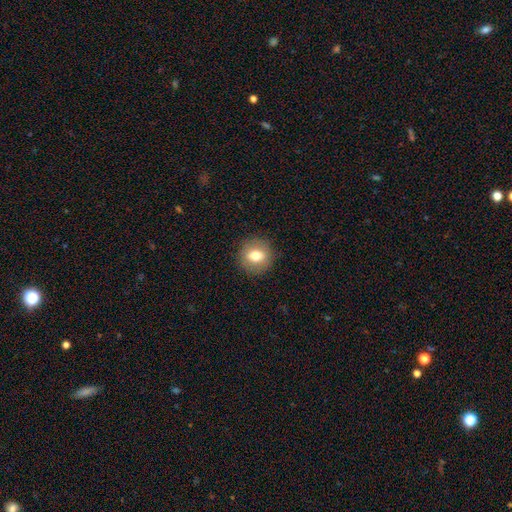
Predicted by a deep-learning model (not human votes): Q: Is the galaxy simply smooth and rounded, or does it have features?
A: smooth — 71%.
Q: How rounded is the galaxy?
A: round — 83%.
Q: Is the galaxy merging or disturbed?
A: none — 89%.